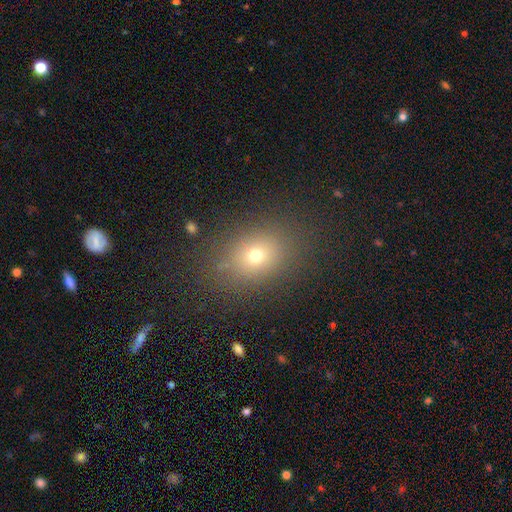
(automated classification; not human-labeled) Q: Smooth or featured?
A: smooth (69%); runner-up: star or artifact (19%)
Q: How rounded?
A: in between (57%); runner-up: round (42%)
Q: Merging?
A: none (83%); runner-up: minor disturbance (10%)